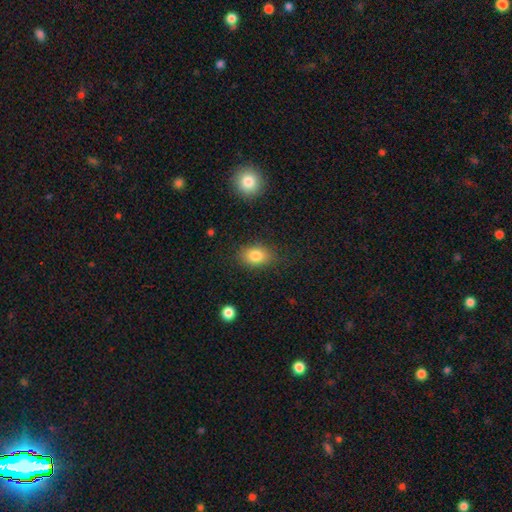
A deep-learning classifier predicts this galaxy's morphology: This is clearly a smooth galaxy (82%). How rounded: likely in between (77%). Merging: likely none (80%).